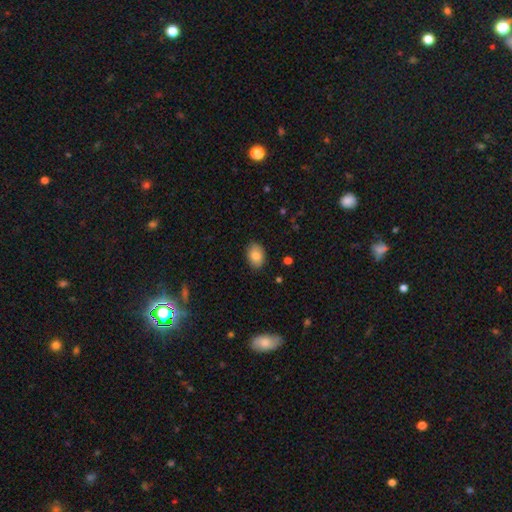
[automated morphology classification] smooth 84%, featured or disk 8%, star or artifact 8%. Down the decision tree: how rounded — in between (83%); merging — none (87%).